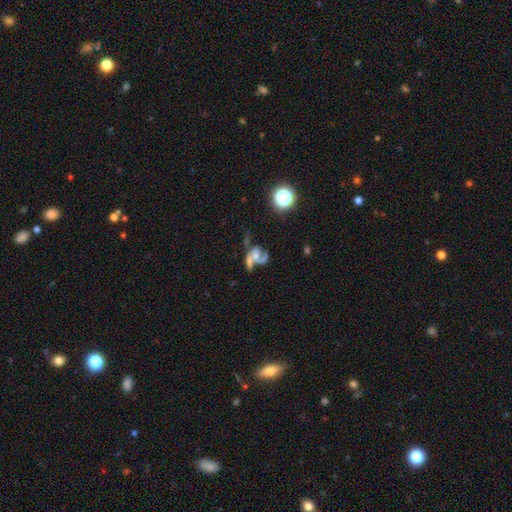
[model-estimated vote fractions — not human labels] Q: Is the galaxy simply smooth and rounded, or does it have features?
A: featured or disk — 62%.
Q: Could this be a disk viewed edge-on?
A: no — 96%.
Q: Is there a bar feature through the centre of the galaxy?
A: no — 69%.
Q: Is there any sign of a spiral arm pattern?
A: yes — 69%.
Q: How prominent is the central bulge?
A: moderate — 34%.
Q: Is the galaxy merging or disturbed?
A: merger — 46%.